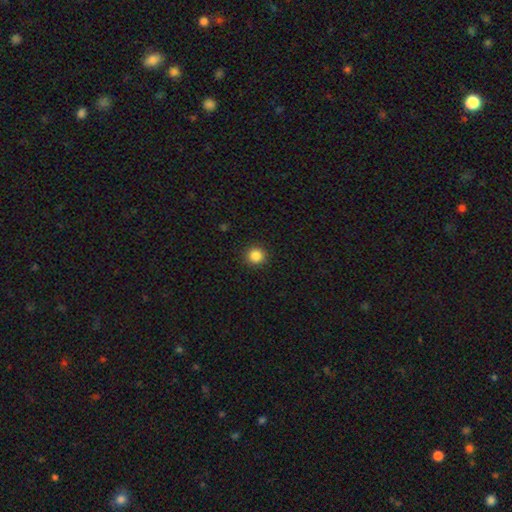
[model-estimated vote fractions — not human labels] Smooth or featured? smooth (86%)
How rounded? round (94%)
Merging? none (92%)